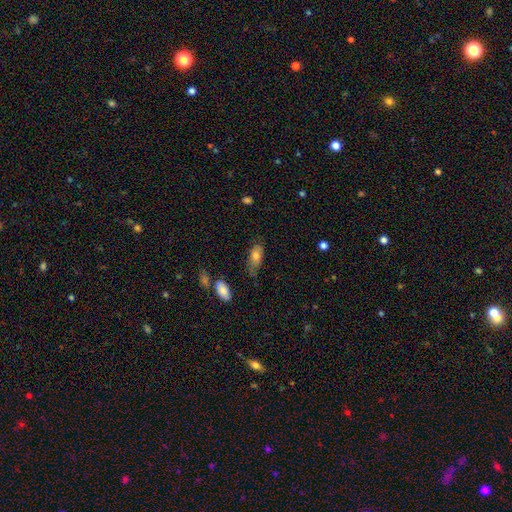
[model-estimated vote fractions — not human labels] The model was most divided on "merging": none: 58%, minor disturbance: 30%, major disturbance: 9%, merger: 3%. More confident: how rounded — in between (86%); smooth or featured — smooth (74%).